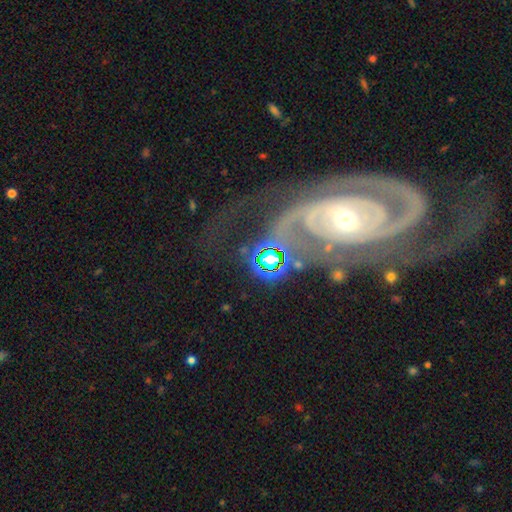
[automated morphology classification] Smooth or featured? featured or disk (90%)
Edge-on disk? no (96%)
Bar? no (57%)
Spiral arms? yes (97%)
Spiral winding? tight (62%)
Spiral arm count? 2 (70%)
Bulge size? small (58%)
Merging? none (62%)